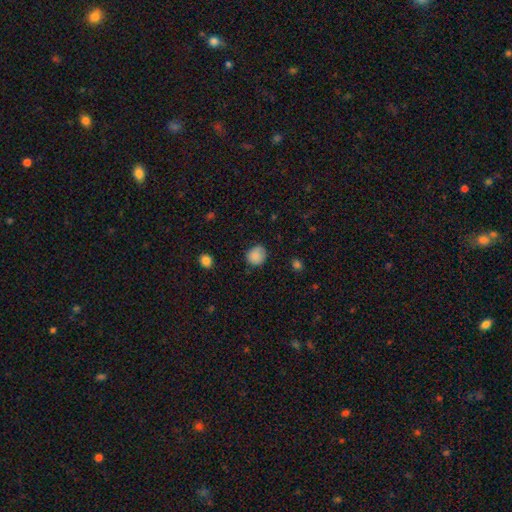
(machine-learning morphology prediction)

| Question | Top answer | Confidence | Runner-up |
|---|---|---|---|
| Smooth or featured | smooth | 86% | star or artifact (9%) |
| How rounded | round | 81% | in between (18%) |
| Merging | none | 74% | minor disturbance (20%) |